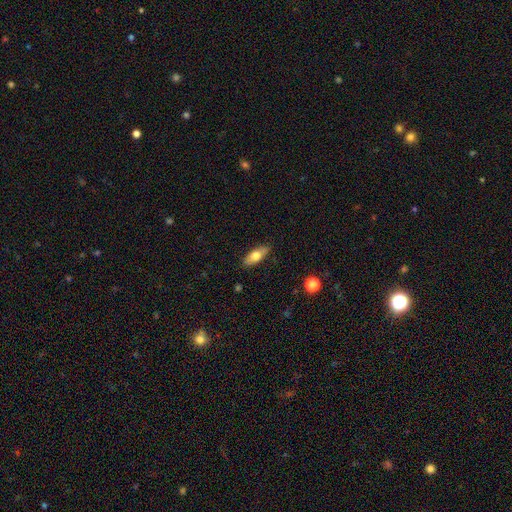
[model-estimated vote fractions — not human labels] Smooth or featured? Predicted: smooth (p=0.67). How rounded? Predicted: in between (p=0.74). Merging? Predicted: none (p=0.87).